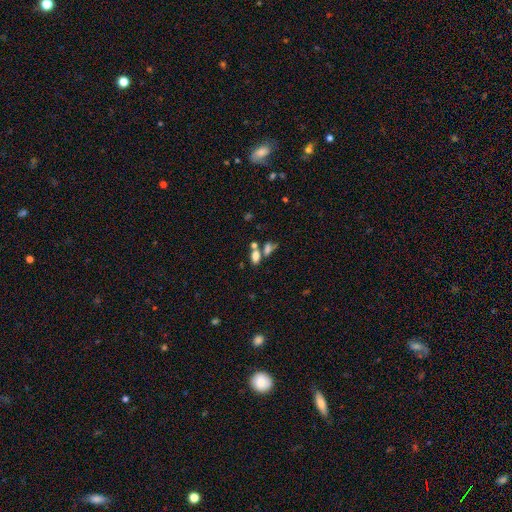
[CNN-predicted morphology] This is likely a smooth galaxy (76%). How rounded: clearly in between (85%). Merging: marginally merger (42%).